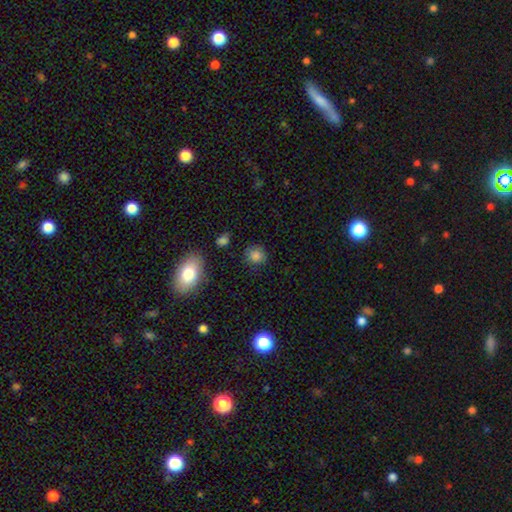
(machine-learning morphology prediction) Smooth or featured: smooth — 83% (star or artifact — 11%)
How rounded: round — 84% (in between — 15%)
Merging: none — 82% (minor disturbance — 12%)